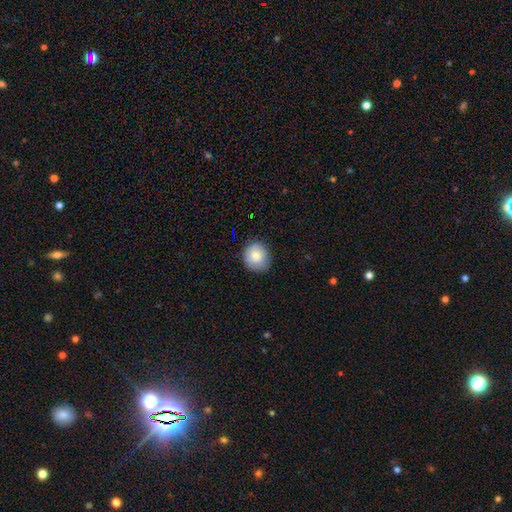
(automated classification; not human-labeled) Smooth or featured?
  - smooth: 83% *
  - featured or disk: 9%
  - star or artifact: 8%
How rounded?
  - round: 85% *
  - in between: 14%
  - cigar-shaped: 1%
Merging?
  - none: 85% *
  - minor disturbance: 12%
  - major disturbance: 2%
  - merger: 1%